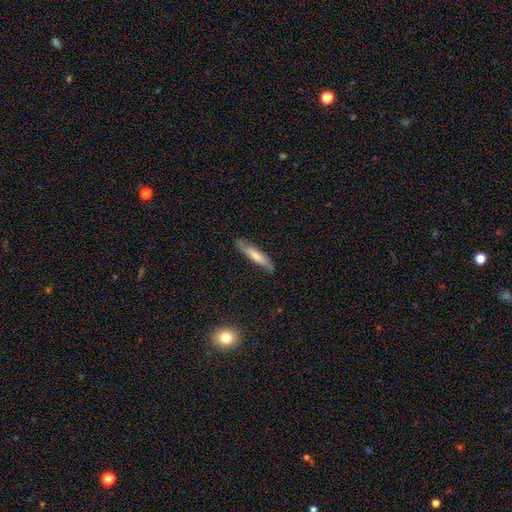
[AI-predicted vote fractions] This is possibly a smooth galaxy (52%). How rounded: clearly cigar-shaped (89%). Merging: likely none (79%).